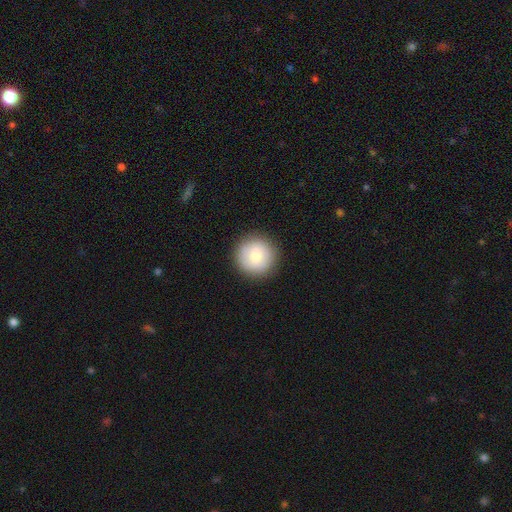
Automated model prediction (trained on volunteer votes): This appears to be a smooth galaxy with no disk features (75%) that is round (96%). Merging: none (90%).